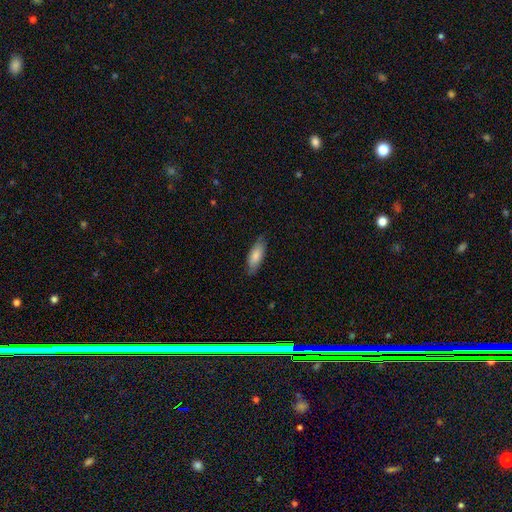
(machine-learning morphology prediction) Smooth or featured? smooth (78%)
How rounded? in between (72%)
Merging? none (78%)